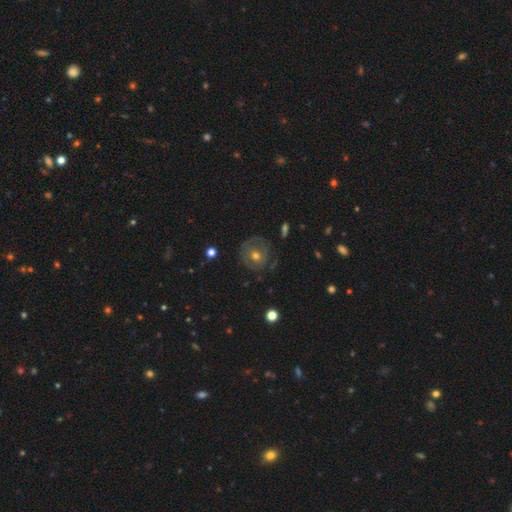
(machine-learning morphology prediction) Q: Smooth or featured?
A: featured or disk (50%); runner-up: smooth (40%)
Q: Edge-on disk?
A: no (96%); runner-up: yes (4%)
Q: Merging?
A: none (72%); runner-up: minor disturbance (18%)